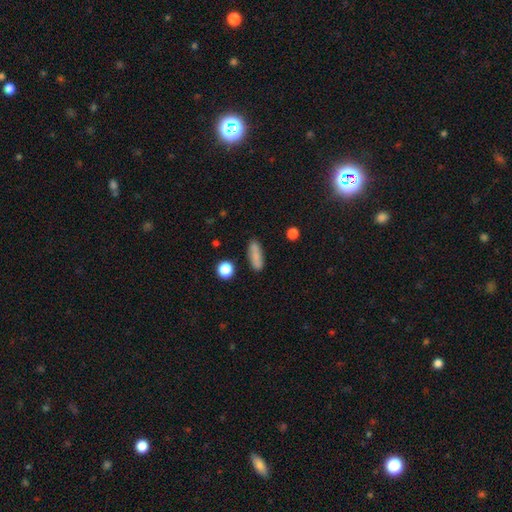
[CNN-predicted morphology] This appears to be a smooth galaxy with no disk features (81%) that is in between round and cigar-shaped (54%). Merging: none (80%).